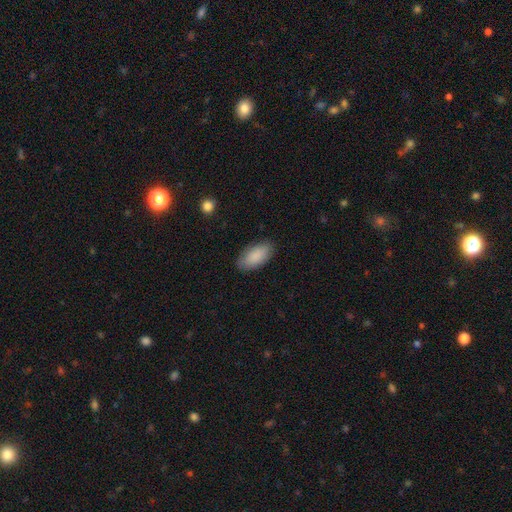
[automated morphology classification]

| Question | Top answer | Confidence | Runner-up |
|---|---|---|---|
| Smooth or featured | smooth | 89% | featured or disk (6%) |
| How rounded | in between | 92% | cigar-shaped (5%) |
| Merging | none | 85% | minor disturbance (12%) |